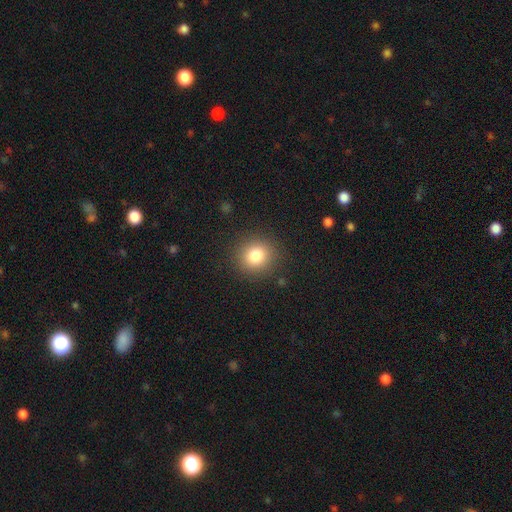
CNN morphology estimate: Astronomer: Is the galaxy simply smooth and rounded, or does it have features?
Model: smooth — 81%.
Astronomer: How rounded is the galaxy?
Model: round — 87%.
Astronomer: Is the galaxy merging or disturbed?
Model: none — 89%.